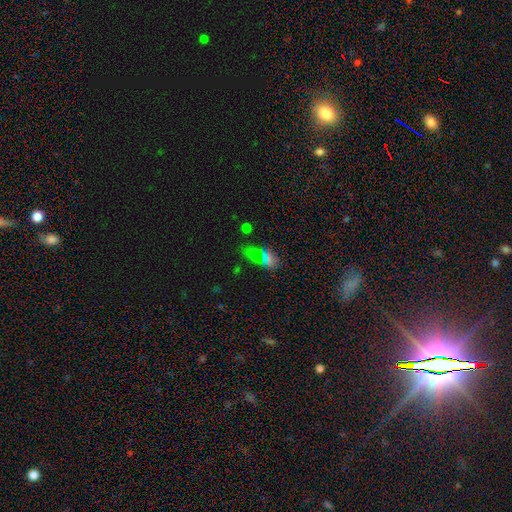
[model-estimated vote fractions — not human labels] smooth-or-featured: star or artifact: 48% | smooth: 39% | featured or disk: 13%